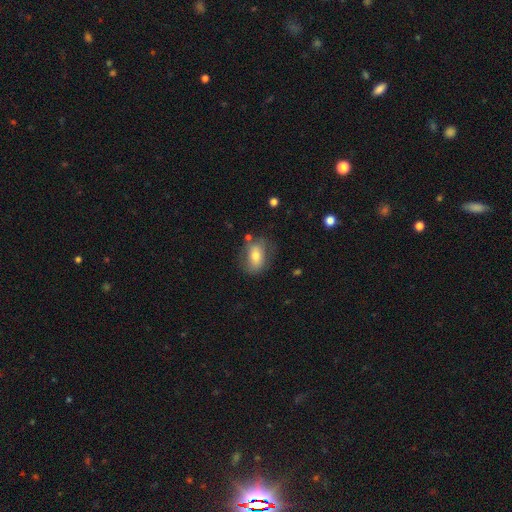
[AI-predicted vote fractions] Overall: smooth (67%). How rounded: in between (80%). Merging: none (64%).